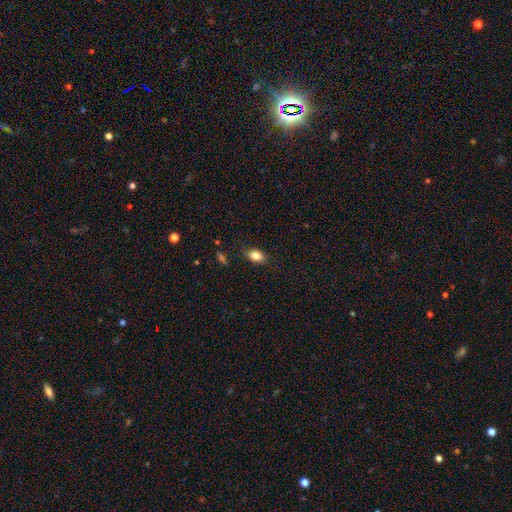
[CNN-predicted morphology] Q: Smooth or featured?
A: smooth (84%); runner-up: star or artifact (9%)
Q: How rounded?
A: in between (84%); runner-up: round (13%)
Q: Merging?
A: none (86%); runner-up: minor disturbance (10%)